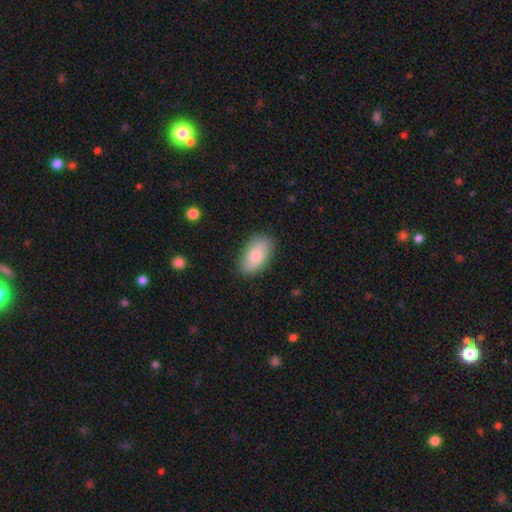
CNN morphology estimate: A smooth galaxy with no disk features (78%) that is in between round and cigar-shaped (93%). Merging: none (82%).